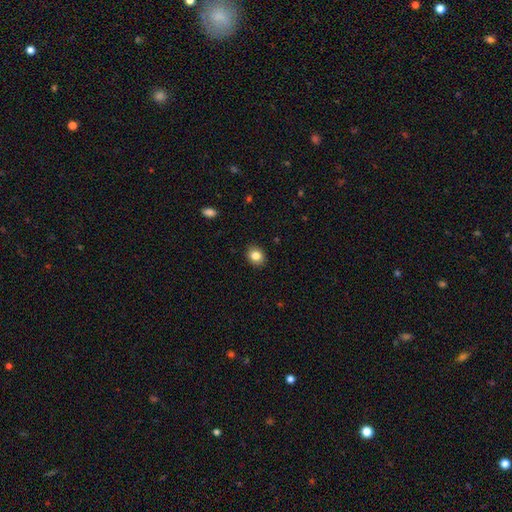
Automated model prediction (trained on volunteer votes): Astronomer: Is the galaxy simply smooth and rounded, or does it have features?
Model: smooth — 83%.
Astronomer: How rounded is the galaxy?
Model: round — 61% (runner-up: in between, 39%).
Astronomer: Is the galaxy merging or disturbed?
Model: none — 90%.